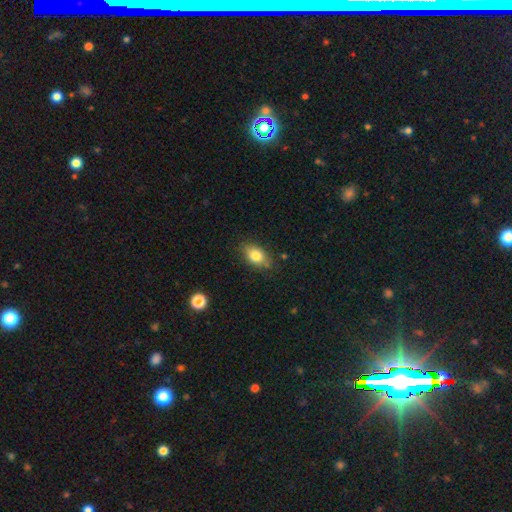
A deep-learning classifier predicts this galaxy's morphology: Smooth or featured? smooth (80%)
How rounded? in between (82%)
Merging? none (78%)